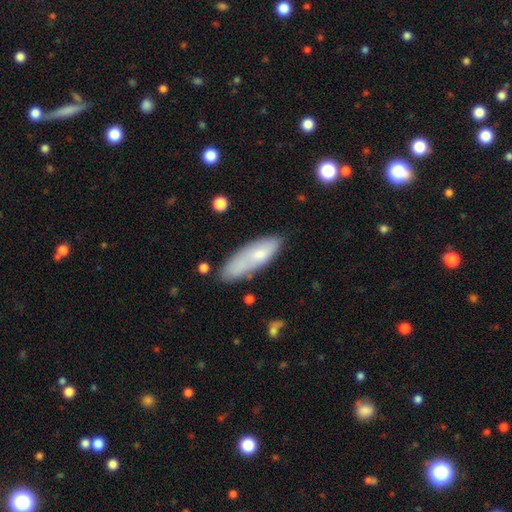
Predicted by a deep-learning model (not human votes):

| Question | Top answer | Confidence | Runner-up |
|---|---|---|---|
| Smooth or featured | smooth | 69% | featured or disk (24%) |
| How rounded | in between | 56% | cigar-shaped (42%) |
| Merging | none | 65% | minor disturbance (23%) |